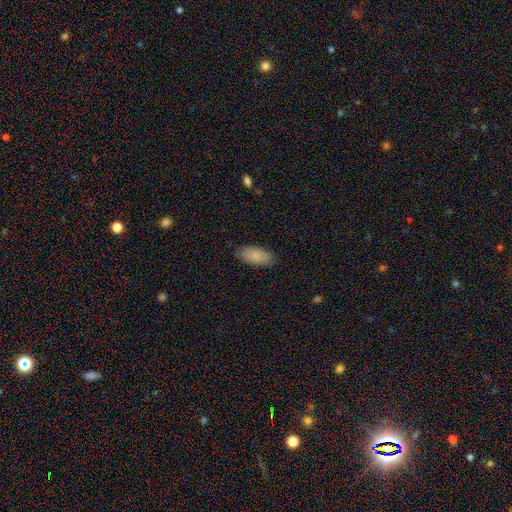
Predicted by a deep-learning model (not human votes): smooth_or_featured: smooth (p=0.87) [alt: featured or disk p=0.07]
how_rounded: in between (p=0.91) [alt: cigar-shaped p=0.07]
merging: none (p=0.86) [alt: minor disturbance p=0.10]